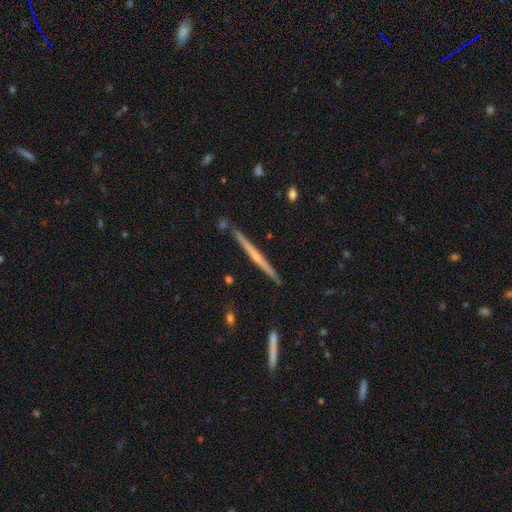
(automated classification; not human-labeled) Smooth or featured? Predicted: featured or disk (p=0.64). Edge-on disk? Predicted: yes (p=0.98). Edge-on bulge? Predicted: none (p=0.65). Merging? Predicted: none (p=0.88).